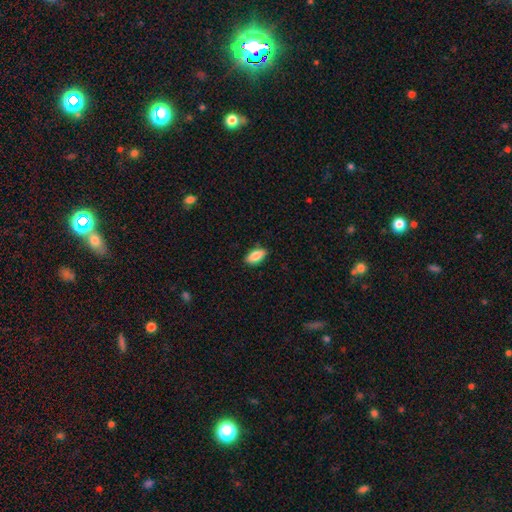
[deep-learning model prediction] Smooth or featured?
  - smooth: 85% *
  - featured or disk: 8%
  - star or artifact: 6%
How rounded?
  - in between: 88% *
  - cigar-shaped: 10%
  - round: 3%
Merging?
  - none: 87% *
  - minor disturbance: 10%
  - major disturbance: 2%
  - merger: 1%